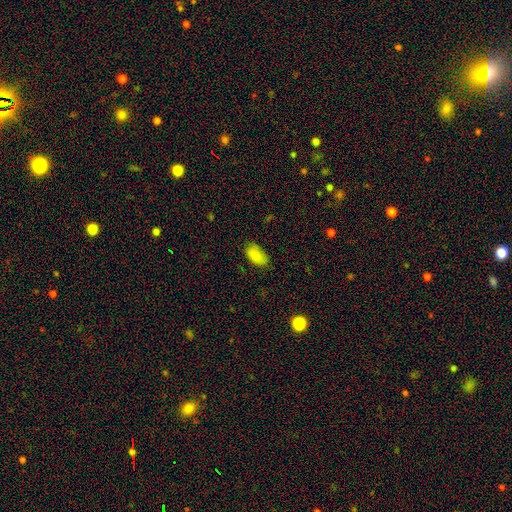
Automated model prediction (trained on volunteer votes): Q: Smooth or featured?
A: smooth (87%); runner-up: star or artifact (8%)
Q: How rounded?
A: in between (94%); runner-up: round (4%)
Q: Merging?
A: none (84%); runner-up: minor disturbance (13%)